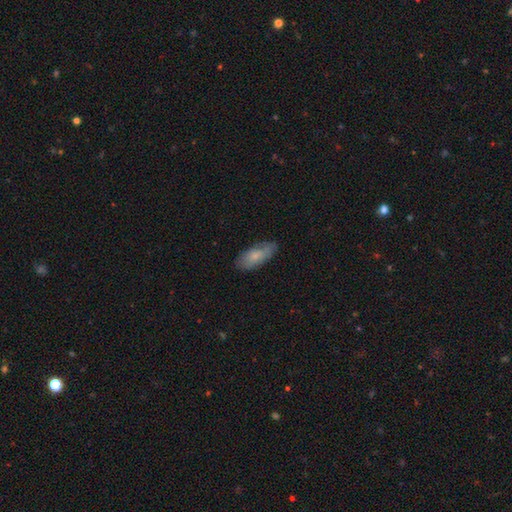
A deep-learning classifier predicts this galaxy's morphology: Smooth or featured? Predicted: smooth (p=0.68). How rounded? Predicted: in between (p=0.84). Merging? Predicted: none (p=0.73).